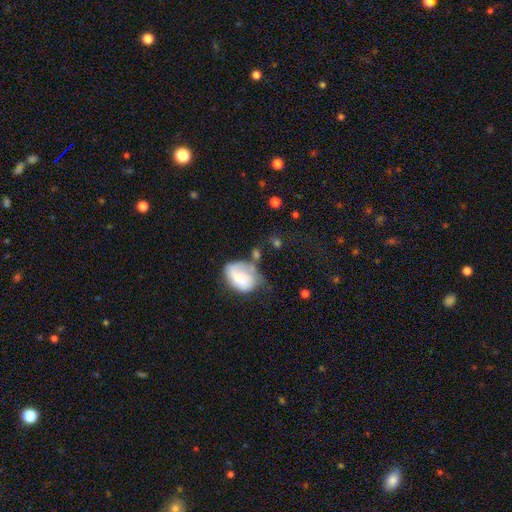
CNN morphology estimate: Smooth or featured?
  - smooth: 49% *
  - featured or disk: 42%
  - star or artifact: 9%
Merging?
  - none: 35% *
  - minor disturbance: 29%
  - major disturbance: 25%
  - merger: 11%